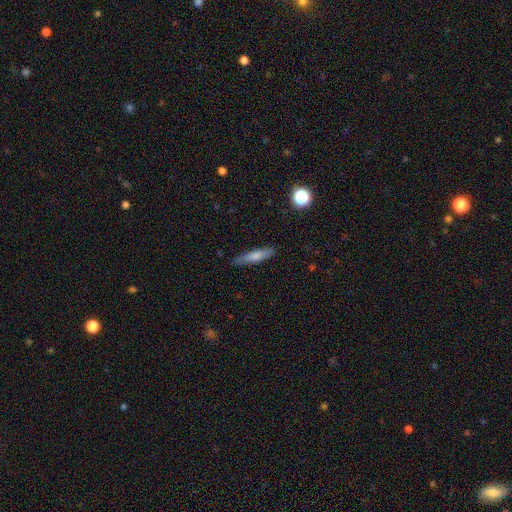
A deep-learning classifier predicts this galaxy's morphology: The model was most divided on "smooth or featured": smooth: 69%, featured or disk: 24%, star or artifact: 7%. More confident: how rounded — cigar-shaped (83%); merging — none (82%).